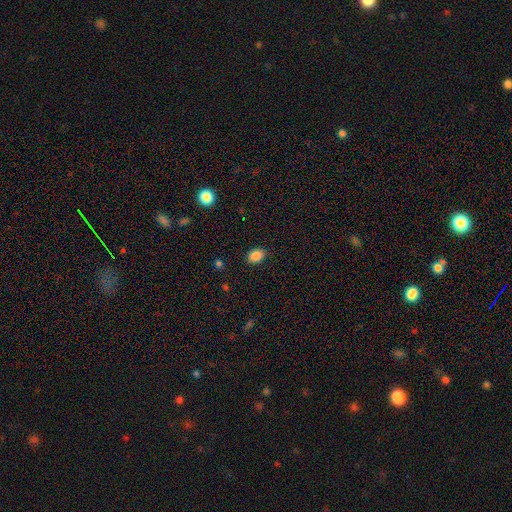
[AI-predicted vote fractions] Q: Smooth or featured?
A: smooth (87%); runner-up: star or artifact (9%)
Q: How rounded?
A: in between (75%); runner-up: round (24%)
Q: Merging?
A: none (88%); runner-up: minor disturbance (9%)